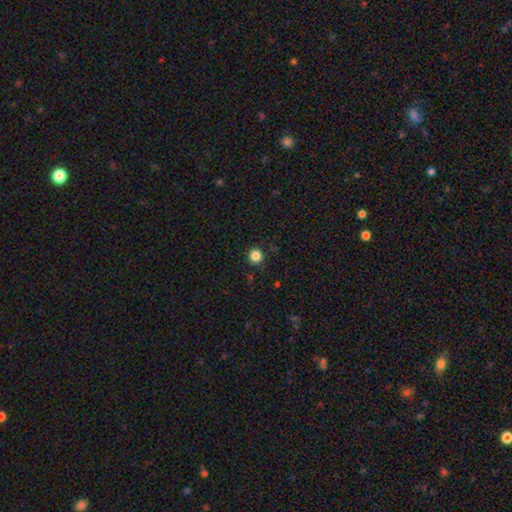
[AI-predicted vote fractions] Smooth or featured? smooth (84%)
How rounded? round (94%)
Merging? none (91%)